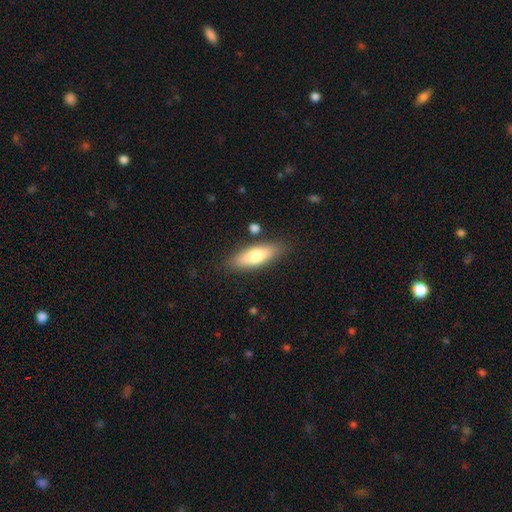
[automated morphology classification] A smooth galaxy with no disk features (70%) that is in between round and cigar-shaped (57%). Merging: none (83%).